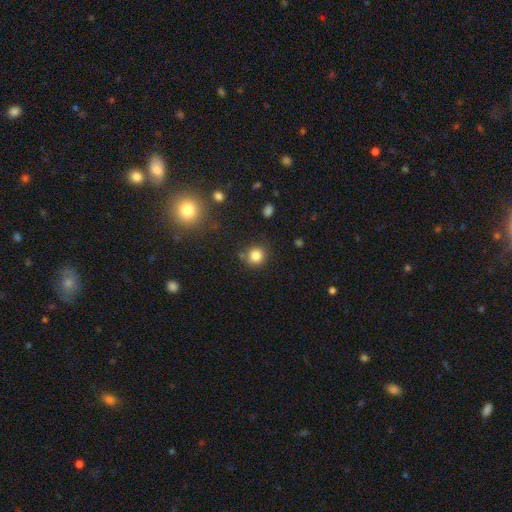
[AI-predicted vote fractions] This appears to be a smooth galaxy with no disk features (82%) that is round (88%). Merging: none (80%).